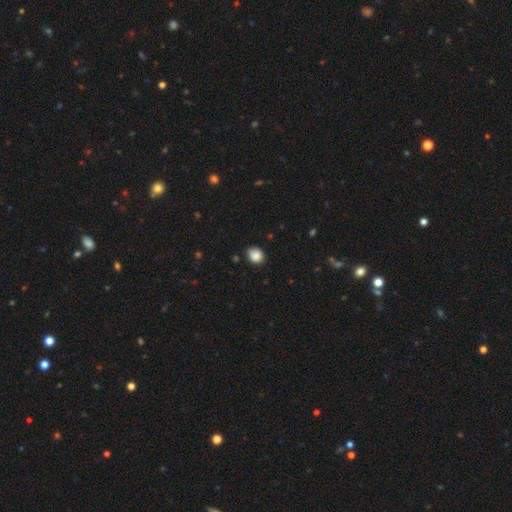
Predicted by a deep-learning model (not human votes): This appears to be a smooth galaxy with no disk features (87%) that is round (68%). Merging: none (83%).